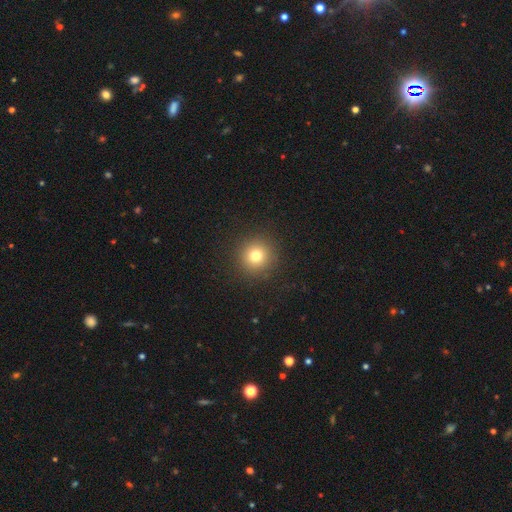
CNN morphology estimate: A smooth galaxy with no disk features (77%) that is round (94%).

Vote fractions:
- Smooth or featured? smooth: 77% / star or artifact: 15% / featured or disk: 8%
- How rounded? round: 94% / in between: 5% / cigar-shaped: 1%
- Merging? none: 91% / minor disturbance: 5% / major disturbance: 3% / merger: 1%